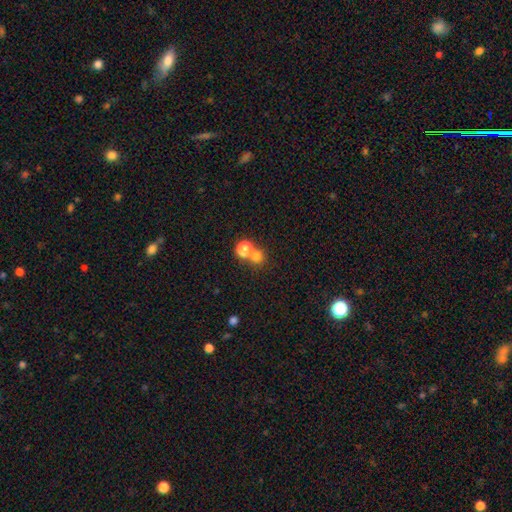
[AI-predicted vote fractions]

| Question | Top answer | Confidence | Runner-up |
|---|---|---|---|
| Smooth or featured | smooth | 74% | star or artifact (19%) |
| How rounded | round | 89% | in between (10%) |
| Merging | none | 59% | merger (32%) |